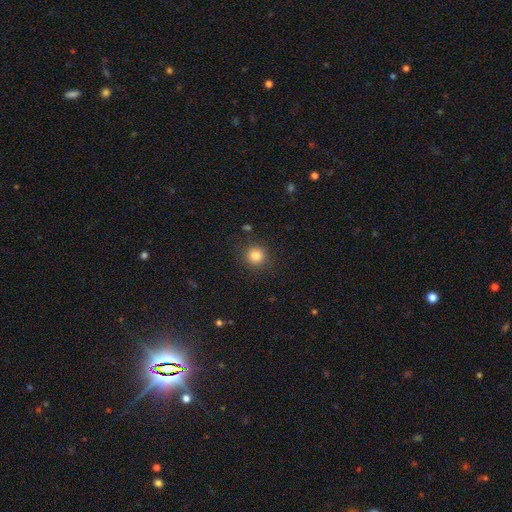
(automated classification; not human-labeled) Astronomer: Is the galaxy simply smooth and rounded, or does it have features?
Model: smooth — 83%.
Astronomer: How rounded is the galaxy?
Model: round — 92%.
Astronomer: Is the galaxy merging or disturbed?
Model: none — 88%.